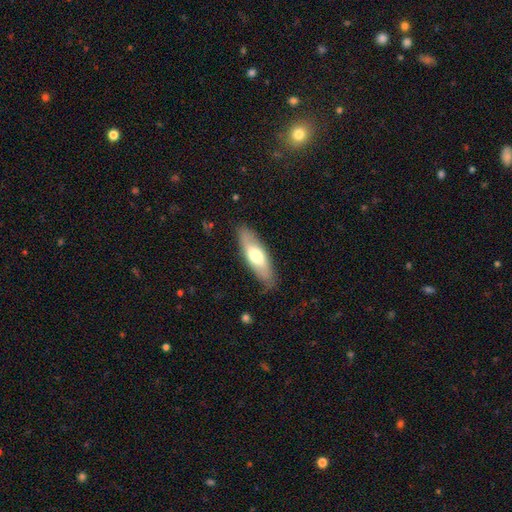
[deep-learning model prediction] Q: Smooth or featured?
A: smooth (60%); runner-up: featured or disk (35%)
Q: How rounded?
A: in between (56%); runner-up: cigar-shaped (42%)
Q: Merging?
A: none (80%); runner-up: minor disturbance (15%)